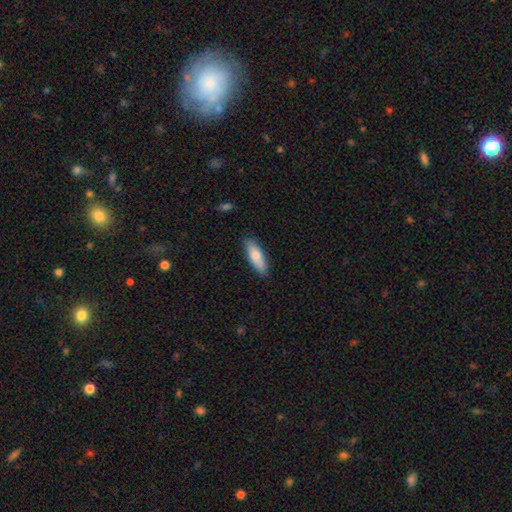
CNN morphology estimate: Q: Smooth or featured?
A: smooth (78%); runner-up: featured or disk (16%)
Q: How rounded?
A: in between (52%); runner-up: cigar-shaped (46%)
Q: Merging?
A: none (84%); runner-up: minor disturbance (12%)